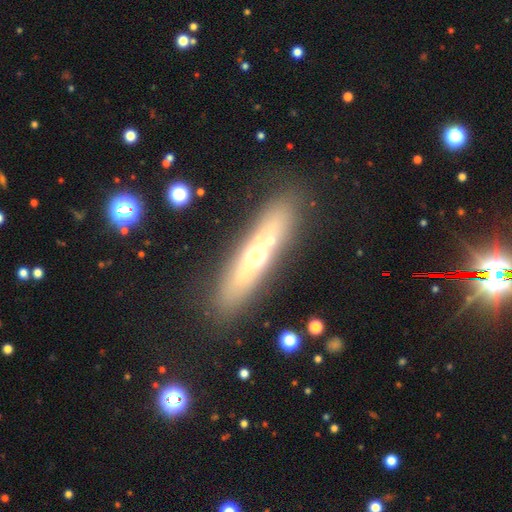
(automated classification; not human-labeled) smooth 45%, featured or disk 44%, star or artifact 11%. Down the decision tree: merging — none (77%).